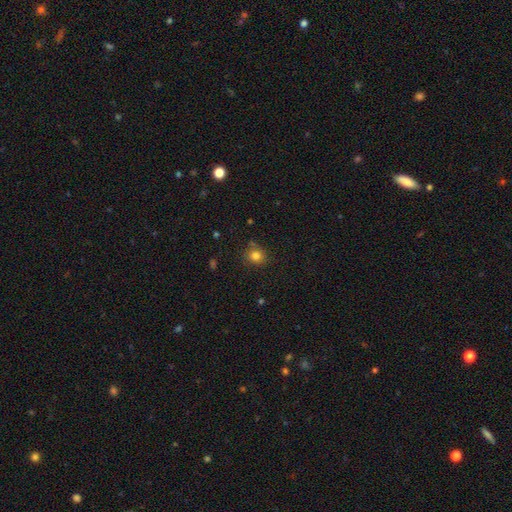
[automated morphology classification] Q: Smooth or featured?
A: smooth (81%); runner-up: star or artifact (13%)
Q: How rounded?
A: round (87%); runner-up: in between (12%)
Q: Merging?
A: none (81%); runner-up: minor disturbance (12%)